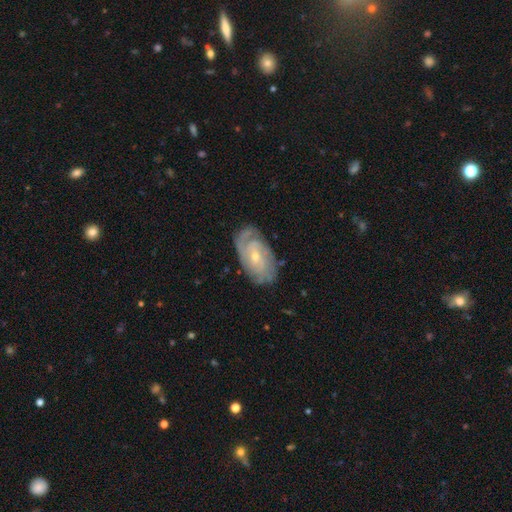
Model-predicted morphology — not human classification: Q: Smooth or featured?
A: featured or disk (81%); runner-up: smooth (13%)
Q: Edge-on disk?
A: no (94%); runner-up: yes (6%)
Q: Bar?
A: no (57%); runner-up: weak (35%)
Q: Spiral arms?
A: yes (93%); runner-up: no (7%)
Q: Spiral winding?
A: tight (65%); runner-up: medium (27%)
Q: Spiral arm count?
A: can't tell (37%); runner-up: 2 (28%)
Q: Bulge size?
A: small (65%); runner-up: moderate (32%)
Q: Merging?
A: none (76%); runner-up: minor disturbance (18%)